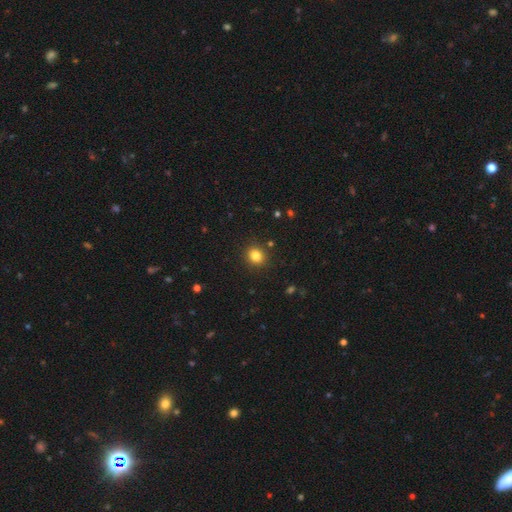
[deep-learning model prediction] The model was most divided on "how rounded": round: 76%, in between: 23%, cigar-shaped: 1%. More confident: merging — none (90%); smooth or featured — smooth (82%).